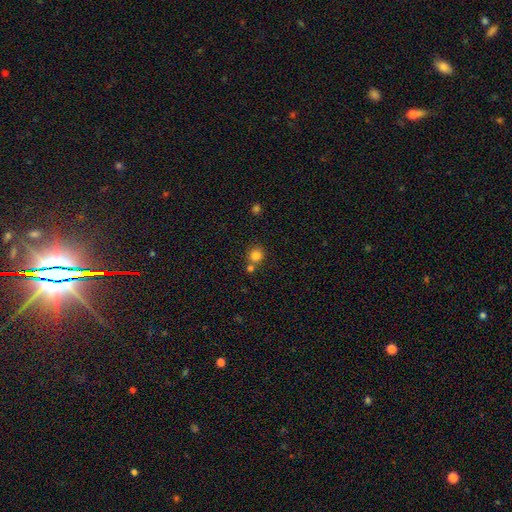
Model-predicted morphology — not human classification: This appears to be a smooth galaxy with no disk features (82%) that is round (90%). Merging: none (63%).